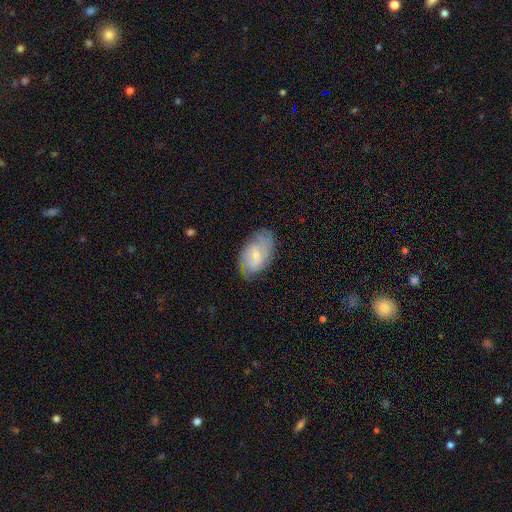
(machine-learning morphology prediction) Smooth or featured: featured or disk — 54% (smooth — 39%)
Edge-on disk: no — 94% (yes — 6%)
Bar: no — 57% (weak — 36%)
Spiral arms: yes — 79% (no — 21%)
Bulge size: small — 68% (moderate — 27%)
Merging: none — 71% (minor disturbance — 22%)